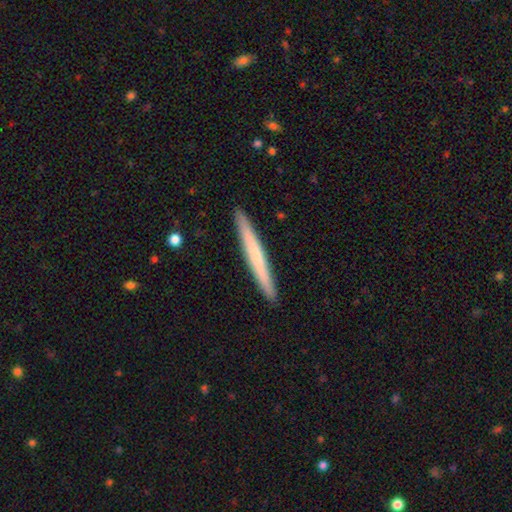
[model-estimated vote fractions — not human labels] Smooth or featured?
  - smooth: 59% *
  - featured or disk: 36%
  - star or artifact: 5%
How rounded?
  - cigar-shaped: 97% *
  - in between: 2%
  - round: 1%
Merging?
  - none: 93% *
  - minor disturbance: 5%
  - major disturbance: 1%
  - merger: 1%